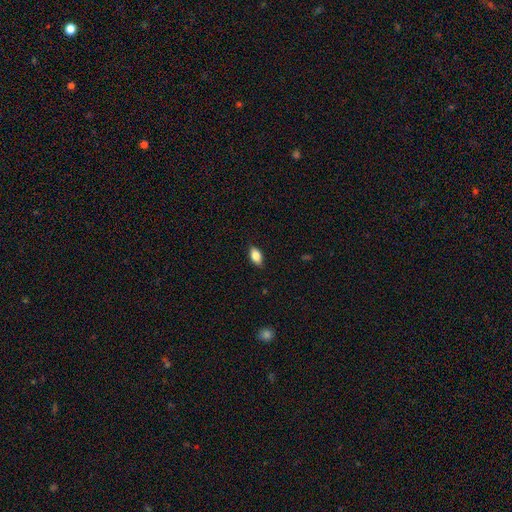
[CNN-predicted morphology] Overall: smooth (83%). How rounded: in between (89%). Merging: none (85%).